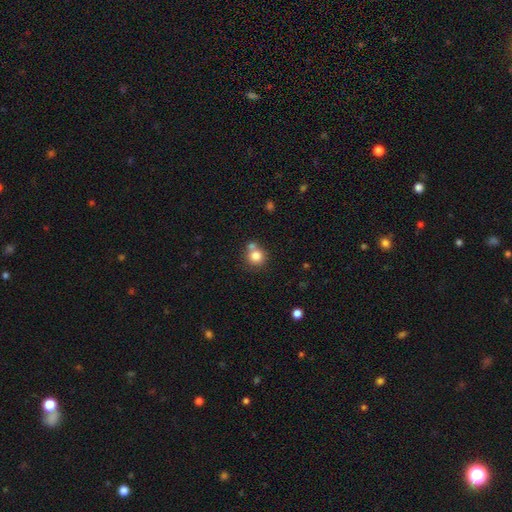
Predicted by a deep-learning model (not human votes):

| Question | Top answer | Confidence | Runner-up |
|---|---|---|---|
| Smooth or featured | smooth | 80% | star or artifact (11%) |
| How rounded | round | 89% | in between (10%) |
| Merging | none | 55% | merger (31%) |